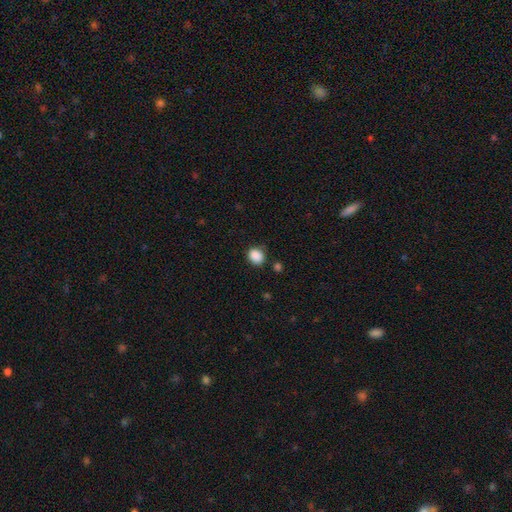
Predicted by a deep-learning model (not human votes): A smooth galaxy with no disk features (88%) that is round (58%). Merging: none (77%).